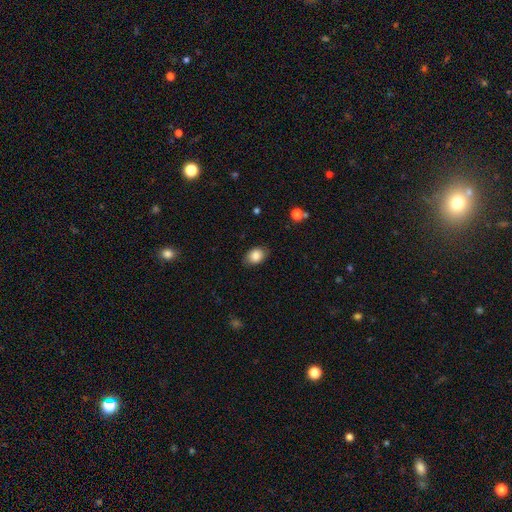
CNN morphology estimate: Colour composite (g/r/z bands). It shows a smooth galaxy with no disk features (84%) that is in between round and cigar-shaped (76%). Merging: none (81%).